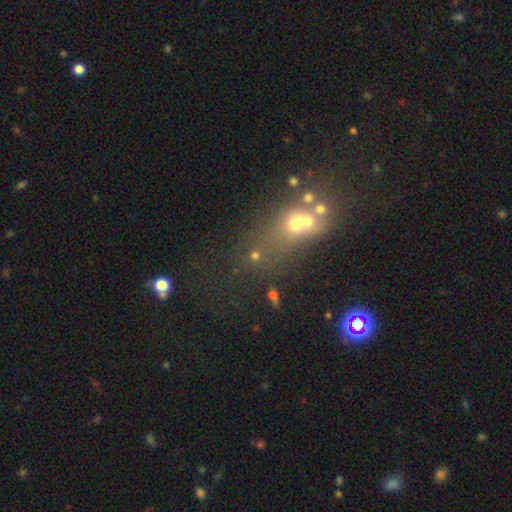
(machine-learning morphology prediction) type=smooth (52%); roundness=round (55%); merging=merger (40%).